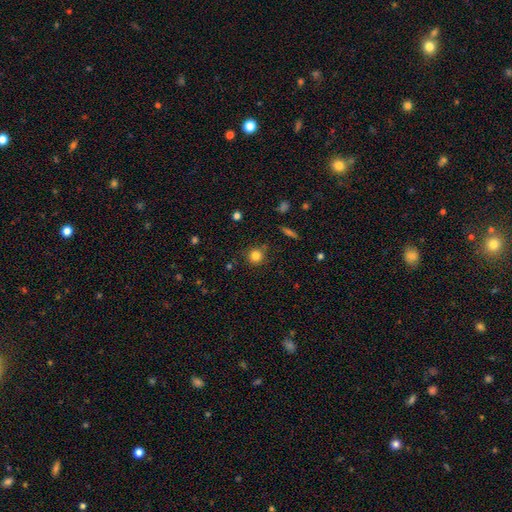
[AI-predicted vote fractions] Overall: smooth (81%). How rounded: round (92%). Merging: none (83%).